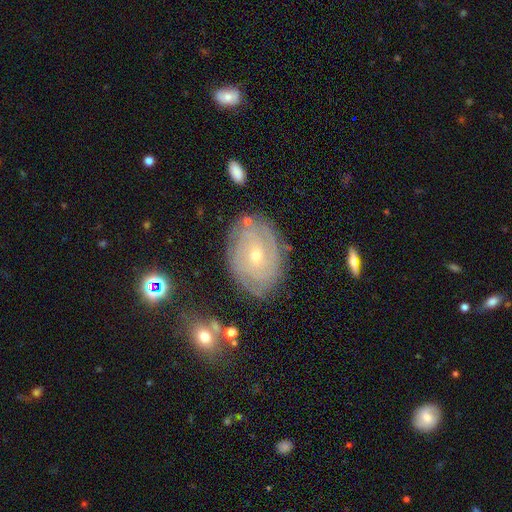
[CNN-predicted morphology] The model was most divided on "spiral arm count": can't tell: 41%, 2: 20%, 3: 16%, 4: 11%, more than 4: 6%, 1: 5%. More confident: edge-on disk — no (96%); spiral arms — yes (91%); spiral winding — tight (81%); smooth or featured — featured or disk (80%); merging — none (80%); bar — no (71%); bulge size — small (62%).